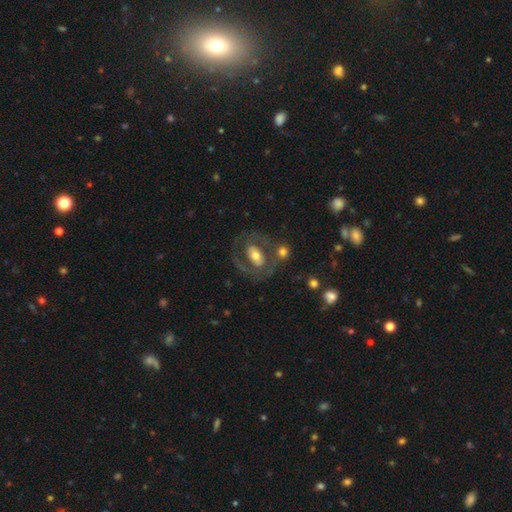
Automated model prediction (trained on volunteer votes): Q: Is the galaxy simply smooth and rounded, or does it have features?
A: featured or disk — 55%.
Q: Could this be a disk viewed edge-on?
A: no — 94%.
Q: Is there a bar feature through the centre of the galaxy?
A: no — 61%.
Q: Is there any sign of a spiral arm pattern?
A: no — 63%.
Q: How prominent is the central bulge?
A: moderate — 64%.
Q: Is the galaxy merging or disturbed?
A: none — 58%.